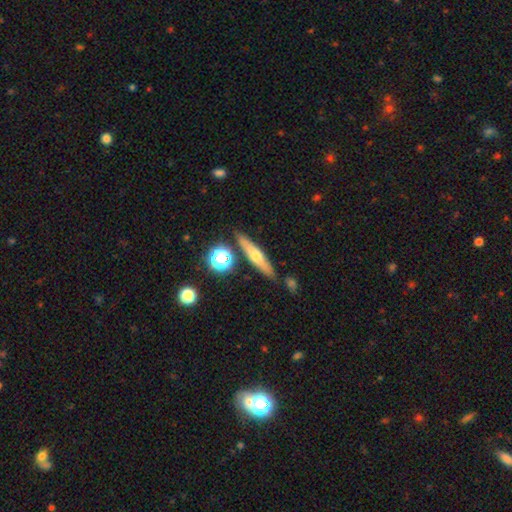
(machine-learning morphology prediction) This is possibly a featured or disk galaxy (48%). Merging: clearly none (82%).